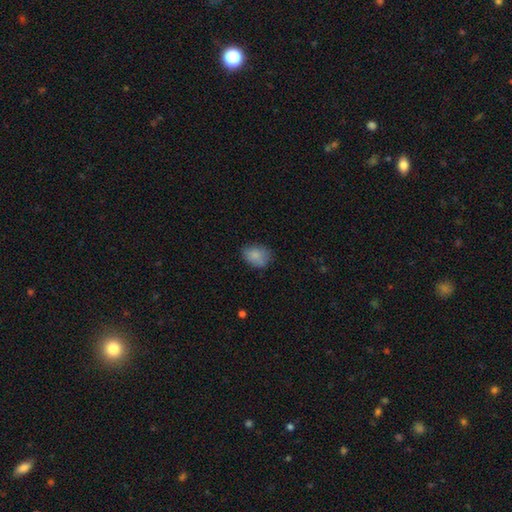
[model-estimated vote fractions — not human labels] The model was most divided on "how rounded": in between: 70%, round: 29%, cigar-shaped: 1%. More confident: smooth or featured — smooth (84%); merging — none (71%).